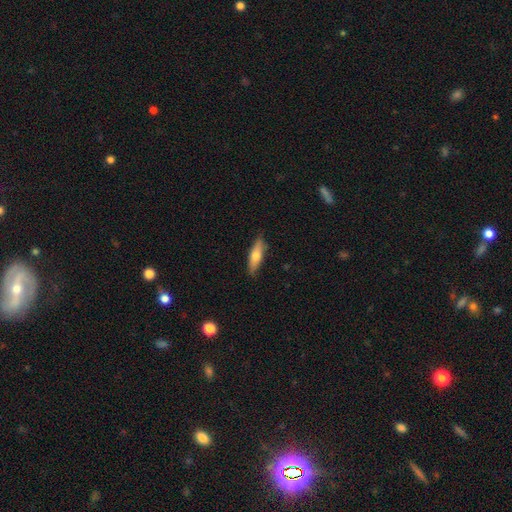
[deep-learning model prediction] This appears to be a smooth galaxy with no disk features (61%) that is cigar-shaped (55%). Merging: none (84%).